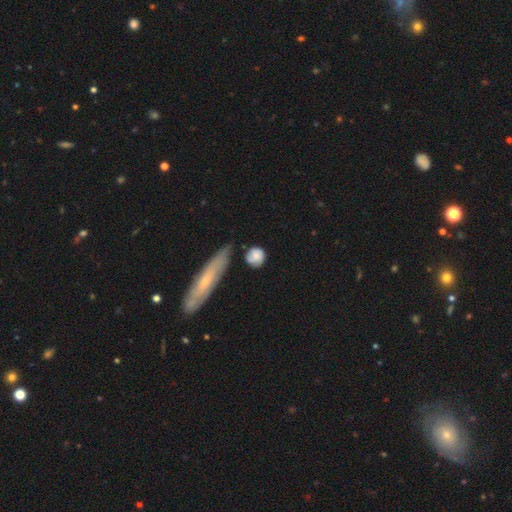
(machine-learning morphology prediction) smooth-or-featured: smooth: 71% | featured or disk: 22% | star or artifact: 7%
  how-rounded: round: 81% | in between: 15% | cigar-shaped: 4%
  merging: none: 62% | minor disturbance: 23% | major disturbance: 7% | merger: 7%